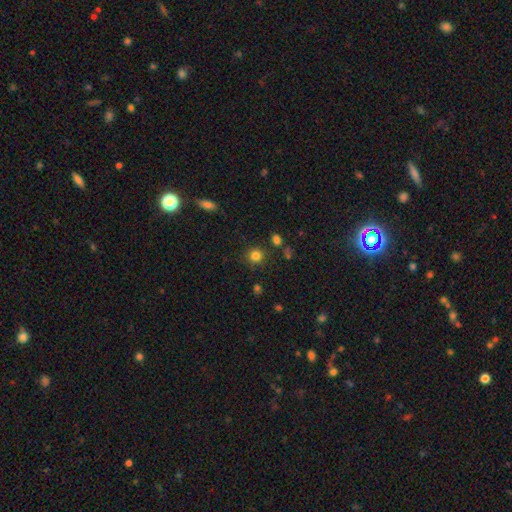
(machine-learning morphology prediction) A smooth galaxy with no disk features (82%) that is round (90%). Merging: none (85%).